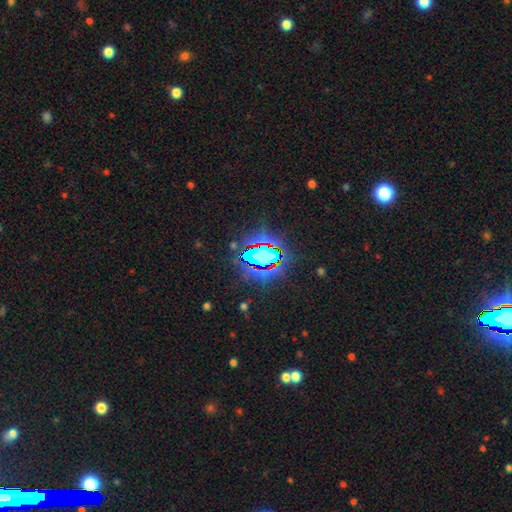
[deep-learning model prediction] star or artifact 80%, smooth 11%, featured or disk 9%.